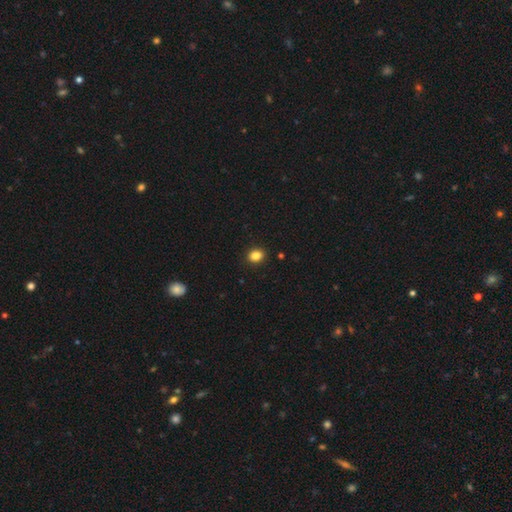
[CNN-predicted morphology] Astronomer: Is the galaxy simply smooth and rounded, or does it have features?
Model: smooth — 85%.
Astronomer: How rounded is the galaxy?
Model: in between — 53% (runner-up: round, 46%).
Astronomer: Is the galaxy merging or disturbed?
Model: none — 91%.